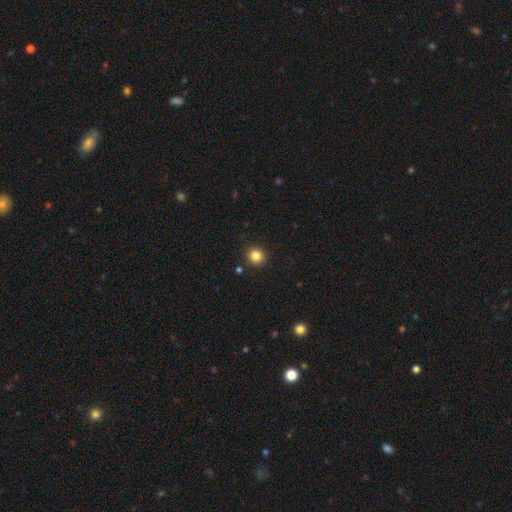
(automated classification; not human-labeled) Smooth or featured?
  - smooth: 84% *
  - star or artifact: 11%
  - featured or disk: 5%
How rounded?
  - round: 93% *
  - in between: 6%
  - cigar-shaped: 1%
Merging?
  - none: 91% *
  - minor disturbance: 5%
  - merger: 2%
  - major disturbance: 2%